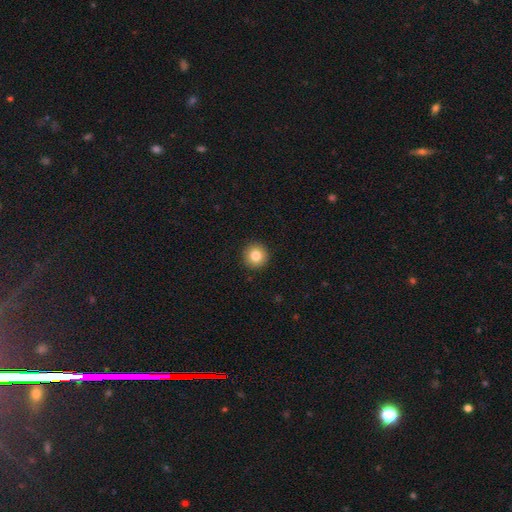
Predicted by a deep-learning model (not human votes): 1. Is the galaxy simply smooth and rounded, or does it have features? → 81% smooth, 10% star or artifact, 9% featured or disk.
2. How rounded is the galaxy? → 96% round, 3% in between, 1% cigar-shaped.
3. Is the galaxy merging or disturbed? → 93% none, 5% minor disturbance, 2% major disturbance, 1% merger.